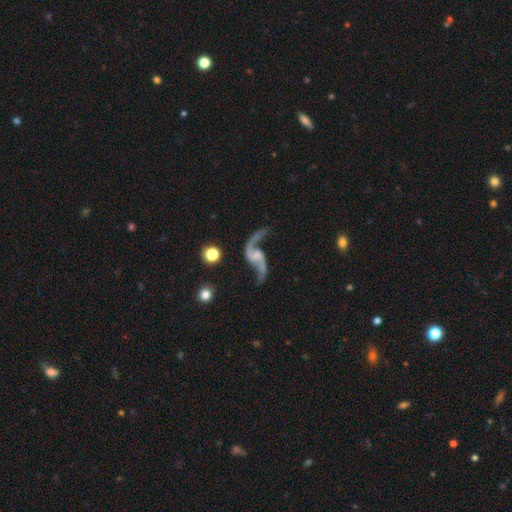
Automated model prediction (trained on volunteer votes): Overall: featured or disk (91%). Edge-on disk: no (97%). Bar: no (46%; weak 39%). Spiral arms: yes (96%). Spiral arm count: 2 (93%). Spiral winding: loose (90%). Bulge size: none (48%; small 33%). Merging: none (65%).